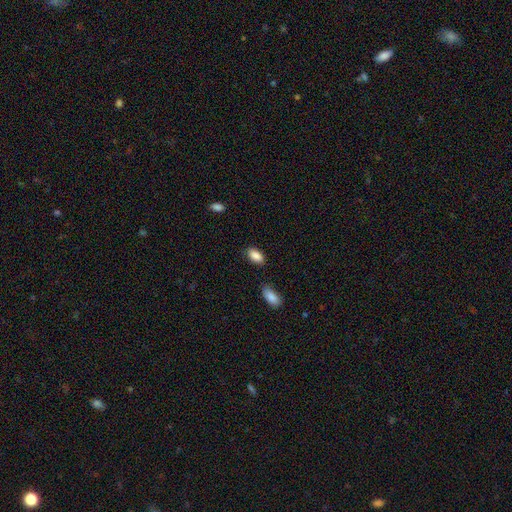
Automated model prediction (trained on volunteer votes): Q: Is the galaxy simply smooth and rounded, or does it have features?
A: smooth — 88%.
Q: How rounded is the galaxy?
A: in between — 92%.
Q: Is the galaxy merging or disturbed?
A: none — 82%.